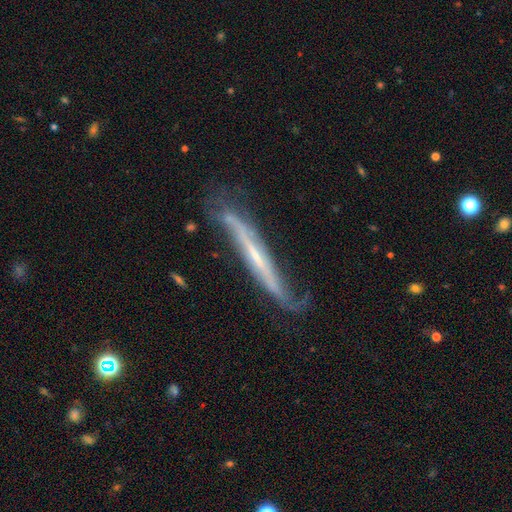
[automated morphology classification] Q: Smooth or featured?
A: featured or disk (75%); runner-up: smooth (18%)
Q: Edge-on disk?
A: yes (75%); runner-up: no (25%)
Q: Edge-on bulge?
A: none (59%); runner-up: rounded (34%)
Q: Merging?
A: none (56%); runner-up: minor disturbance (27%)